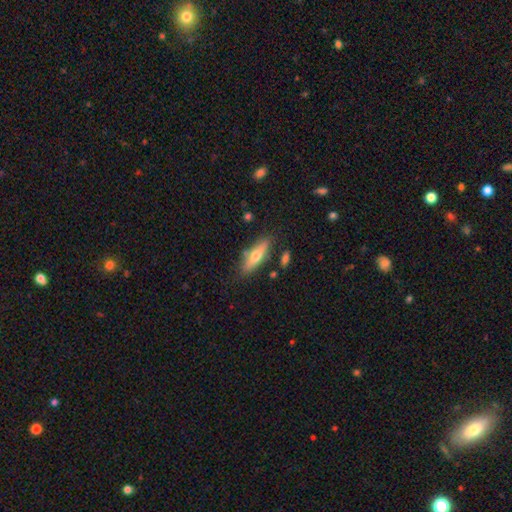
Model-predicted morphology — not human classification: smooth 47% (tied), featured or disk 47% (tied), star or artifact 6%. Down the decision tree: merging — none (79%).